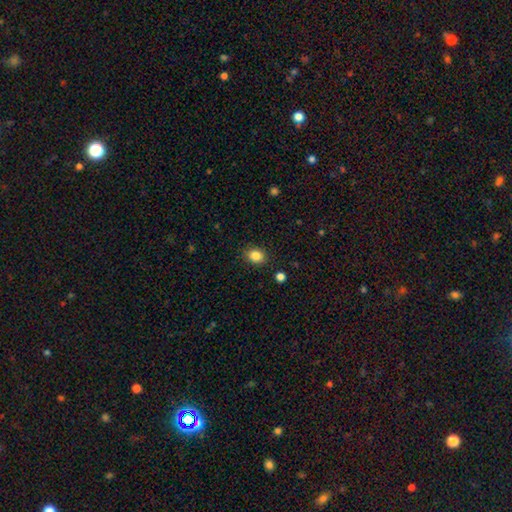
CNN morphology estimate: type=smooth (85%); roundness=round (50%); merging=none (88%).